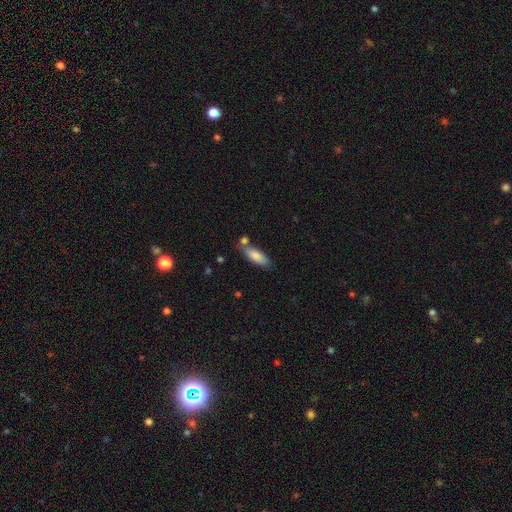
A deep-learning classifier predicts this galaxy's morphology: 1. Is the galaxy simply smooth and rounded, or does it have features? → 82% smooth, 12% featured or disk, 6% star or artifact.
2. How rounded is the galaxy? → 63% in between, 35% cigar-shaped, 2% round.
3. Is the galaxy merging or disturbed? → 65% none, 16% minor disturbance, 15% merger, 4% major disturbance.